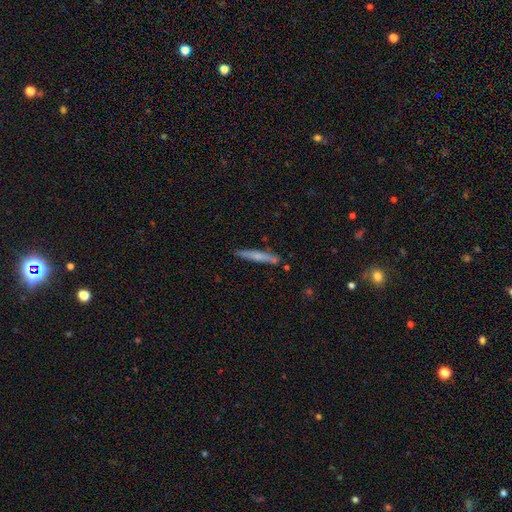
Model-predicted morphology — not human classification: Smooth or featured? smooth (58%)
How rounded? cigar-shaped (95%)
Merging? none (87%)